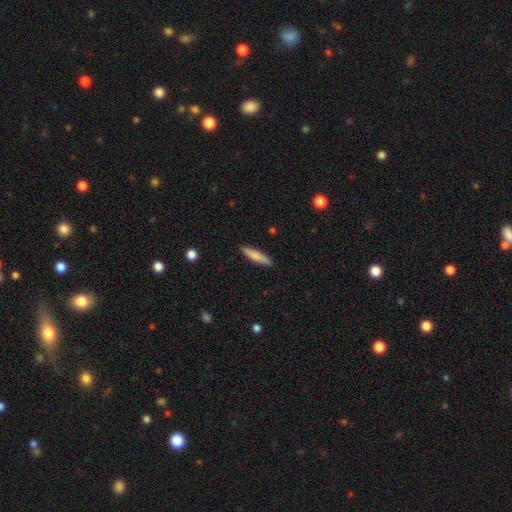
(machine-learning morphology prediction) smooth-or-featured: smooth: 81% | featured or disk: 14% | star or artifact: 6%
  how-rounded: cigar-shaped: 84% | in between: 15% | round: 1%
  merging: none: 90% | minor disturbance: 7% | major disturbance: 2% | merger: 1%